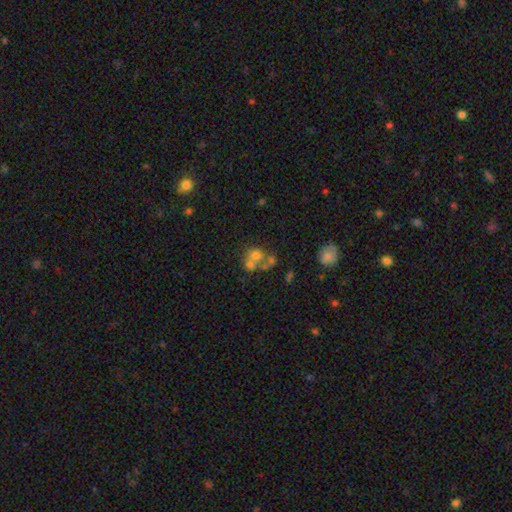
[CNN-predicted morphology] Smooth or featured? smooth (61%)
How rounded? round (74%)
Merging? merger (53%)